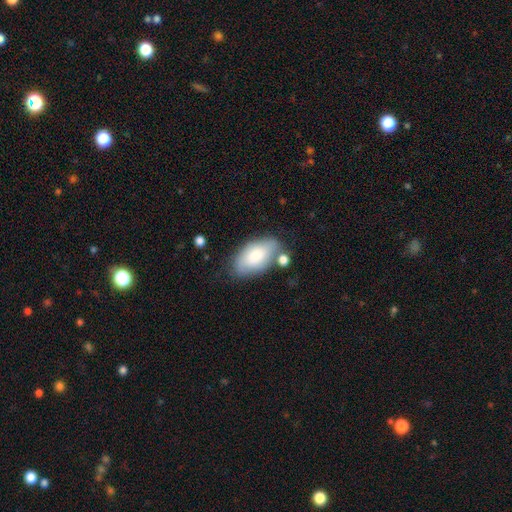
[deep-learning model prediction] A smooth galaxy with no disk features (79%) that is in between round and cigar-shaped (94%).

Vote fractions:
- Smooth or featured? smooth: 79% / featured or disk: 15% / star or artifact: 6%
- How rounded? in between: 94% / round: 3% / cigar-shaped: 3%
- Merging? none: 64% / minor disturbance: 20% / merger: 10% / major disturbance: 6%